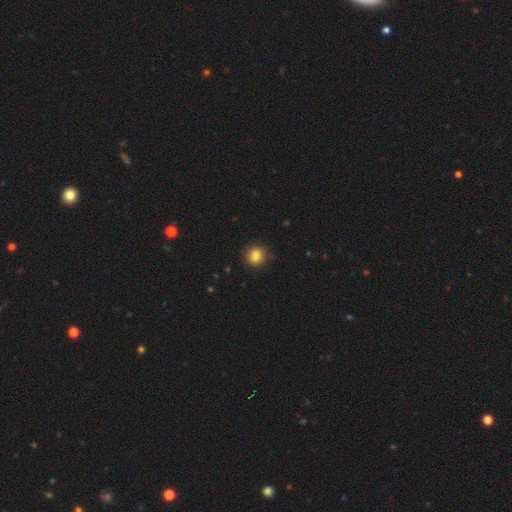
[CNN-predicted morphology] type=smooth (83%); roundness=round (78%); merging=none (88%).